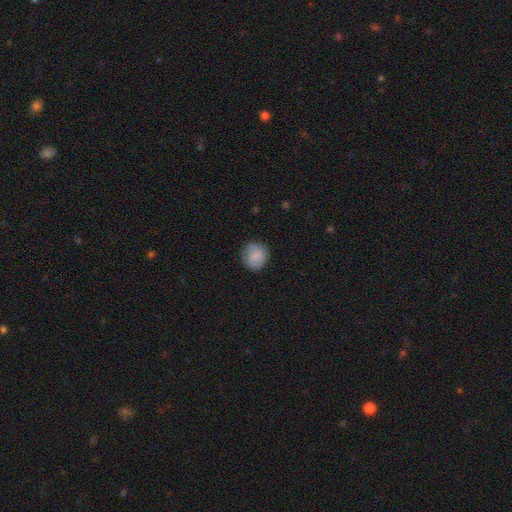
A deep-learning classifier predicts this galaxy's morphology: This appears to be a smooth galaxy with no disk features (82%) that is round (87%). Merging: none (80%).